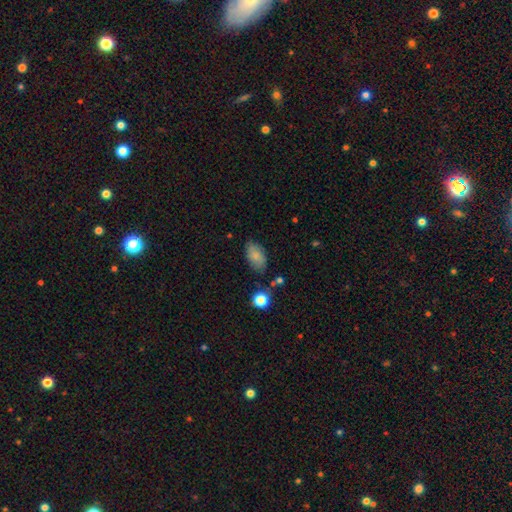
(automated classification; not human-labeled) Smooth or featured?
  - smooth: 78% *
  - featured or disk: 14%
  - star or artifact: 8%
How rounded?
  - in between: 92% *
  - round: 6%
  - cigar-shaped: 2%
Merging?
  - none: 70% *
  - minor disturbance: 21%
  - major disturbance: 6%
  - merger: 3%